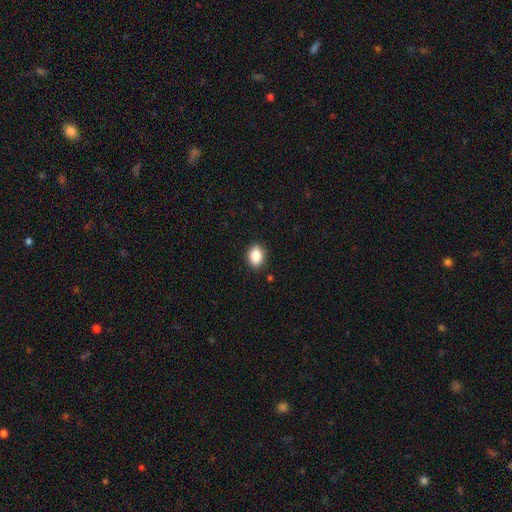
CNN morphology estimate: type=smooth (86%); roundness=in between (73%); merging=none (88%).